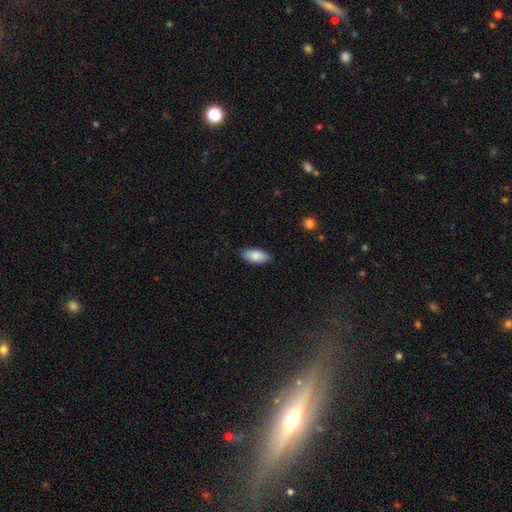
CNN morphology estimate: The model was most divided on "merging": none: 86%, minor disturbance: 11%, major disturbance: 2%, merger: 1%. More confident: how rounded — in between (92%); smooth or featured — smooth (86%).